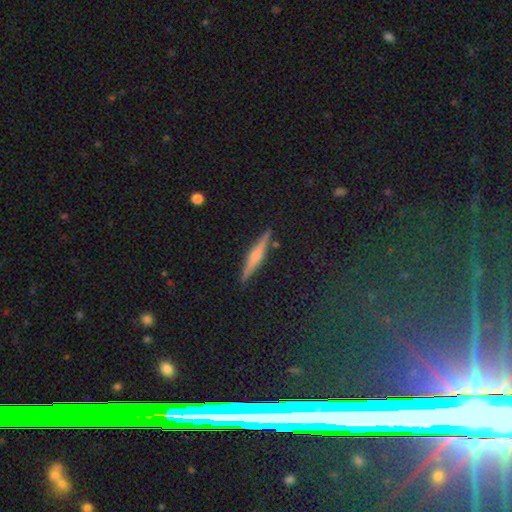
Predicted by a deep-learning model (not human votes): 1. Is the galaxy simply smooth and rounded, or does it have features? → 55% featured or disk, 36% smooth, 9% star or artifact.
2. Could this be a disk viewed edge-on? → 97% yes, 3% no.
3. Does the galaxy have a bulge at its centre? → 51% rounded, 26% boxy, 22% none.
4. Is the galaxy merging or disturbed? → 89% none, 8% minor disturbance, 2% major disturbance, 2% merger.